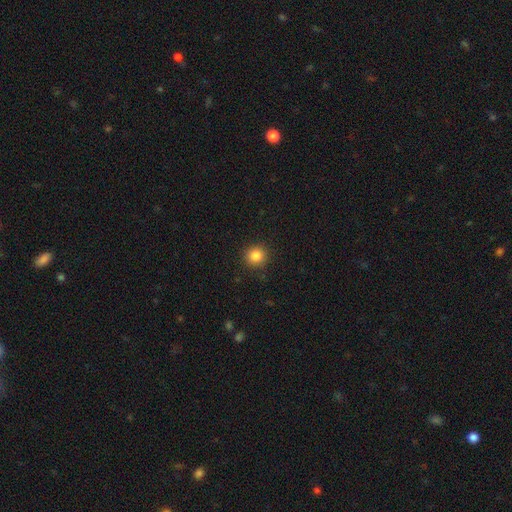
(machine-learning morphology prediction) Q: Smooth or featured?
A: smooth (85%); runner-up: star or artifact (11%)
Q: How rounded?
A: round (90%); runner-up: in between (9%)
Q: Merging?
A: none (90%); runner-up: minor disturbance (7%)